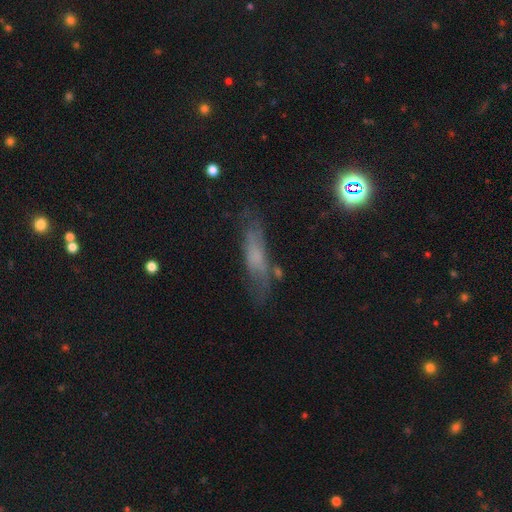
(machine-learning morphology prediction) This appears to be a smooth galaxy with no disk features (50%) that is cigar-shaped (60%). Merging: none (61%).